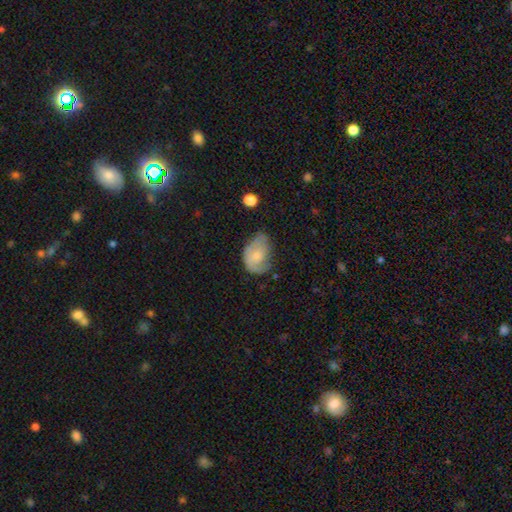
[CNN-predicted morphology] smooth 53%, featured or disk 39%, star or artifact 8%. Down the decision tree: how rounded — in between (77%); merging — none (39%).